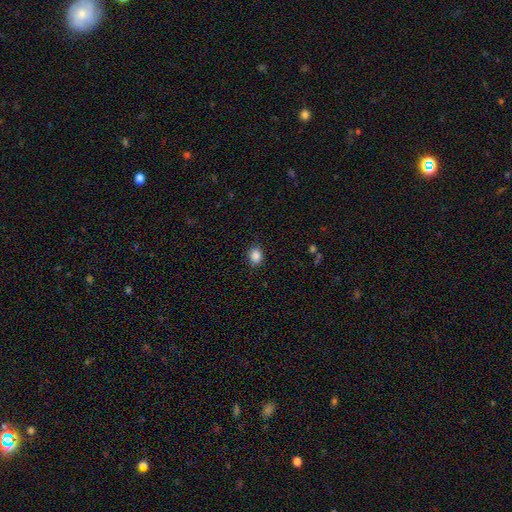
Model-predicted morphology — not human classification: The model was most divided on "how rounded": in between: 50%, round: 49%, cigar-shaped: 1%. More confident: merging — none (88%); smooth or featured — smooth (87%).